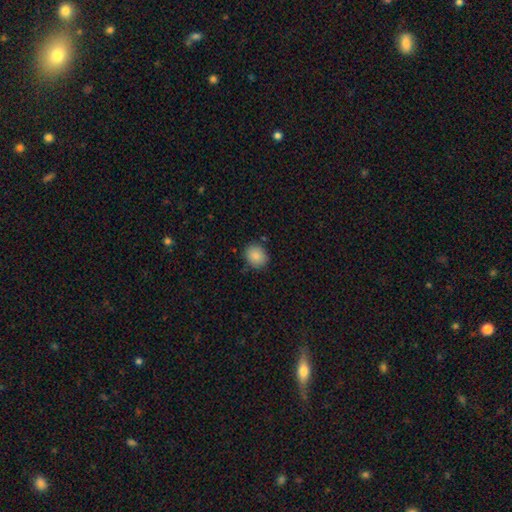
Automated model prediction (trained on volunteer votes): smooth-or-featured: smooth: 87% | star or artifact: 8% | featured or disk: 4%
  how-rounded: round: 63% | in between: 36% | cigar-shaped: 1%
  merging: none: 82% | minor disturbance: 12% | major disturbance: 3% | merger: 2%